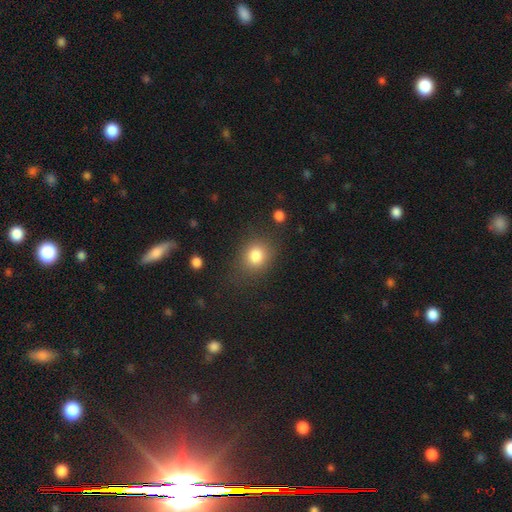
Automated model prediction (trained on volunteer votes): Morphology: type=smooth (82%); roundness=round (67%); merging=none (76%).